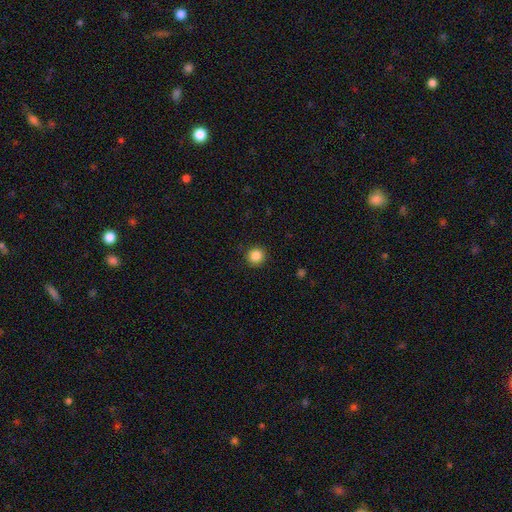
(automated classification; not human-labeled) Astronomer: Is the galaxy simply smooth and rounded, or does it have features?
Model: smooth — 86%.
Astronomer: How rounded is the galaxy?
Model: round — 94%.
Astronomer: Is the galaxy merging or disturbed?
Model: none — 91%.